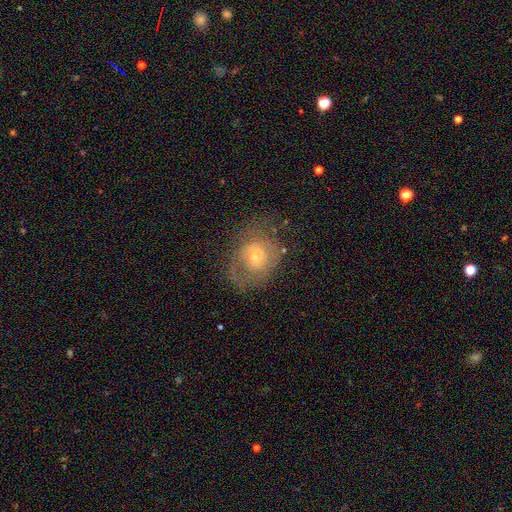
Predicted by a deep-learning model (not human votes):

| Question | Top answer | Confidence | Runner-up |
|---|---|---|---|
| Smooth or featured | featured or disk | 52% | smooth (38%) |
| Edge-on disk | no | 95% | yes (5%) |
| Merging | none | 53% | minor disturbance (24%) |